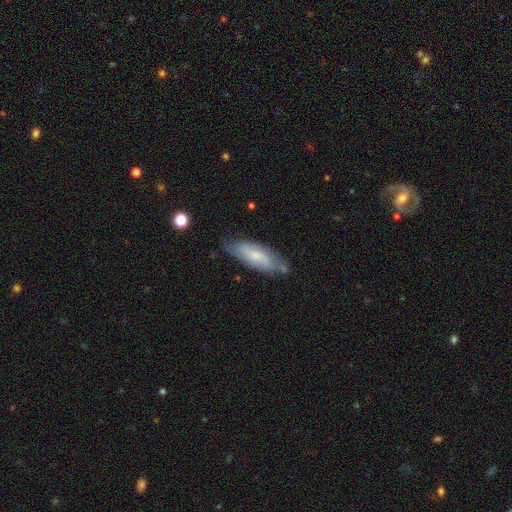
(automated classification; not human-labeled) smooth-or-featured: smooth: 55% | featured or disk: 38% | star or artifact: 7%
  how-rounded: in between: 61% | cigar-shaped: 37% | round: 2%
  merging: none: 67% | minor disturbance: 23% | major disturbance: 5% | merger: 5%